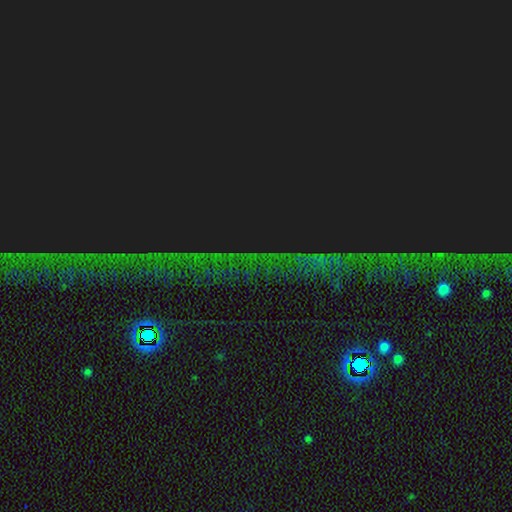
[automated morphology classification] smooth_or_featured: star or artifact (p=0.85) [alt: featured or disk p=0.07]